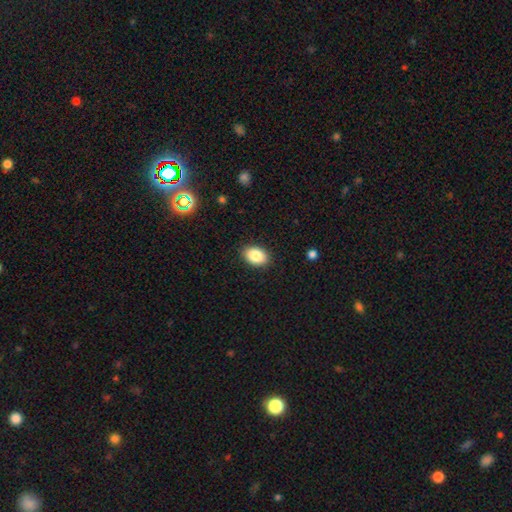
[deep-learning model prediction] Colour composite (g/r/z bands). It shows a smooth galaxy with no disk features (86%) that is in between round and cigar-shaped (83%). Merging: none (89%).